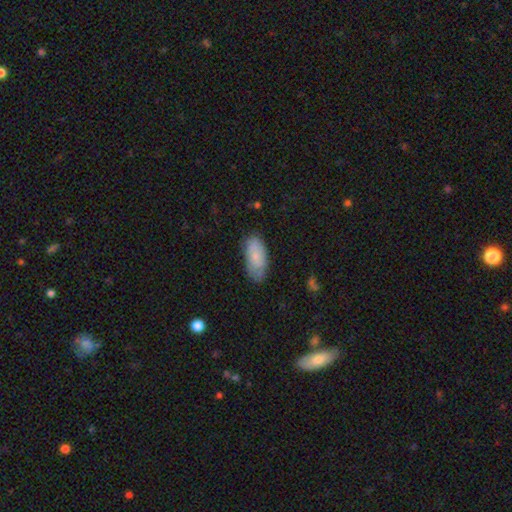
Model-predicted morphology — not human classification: smooth_or_featured: smooth (p=0.72) [alt: featured or disk p=0.22]
how_rounded: in between (p=0.88) [alt: cigar-shaped p=0.09]
merging: none (p=0.68) [alt: minor disturbance p=0.25]